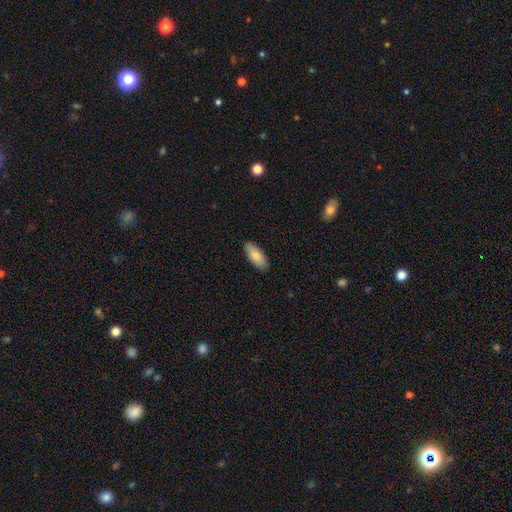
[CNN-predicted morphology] smooth-or-featured: smooth: 83% | featured or disk: 11% | star or artifact: 6%
  how-rounded: in between: 82% | cigar-shaped: 16% | round: 2%
  merging: none: 86% | minor disturbance: 11% | major disturbance: 2% | merger: 1%